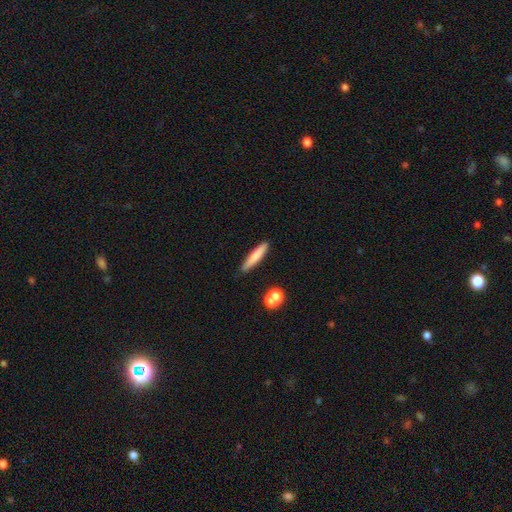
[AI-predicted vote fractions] Smooth or featured: smooth — 74% (featured or disk — 19%)
How rounded: cigar-shaped — 90% (in between — 9%)
Merging: none — 86% (minor disturbance — 9%)